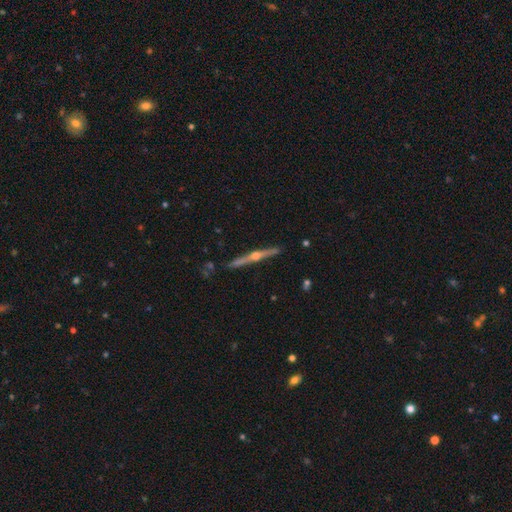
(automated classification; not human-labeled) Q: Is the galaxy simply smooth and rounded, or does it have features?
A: featured or disk — 84%.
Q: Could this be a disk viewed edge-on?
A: yes — 98%.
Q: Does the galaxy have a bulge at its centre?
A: rounded — 94%.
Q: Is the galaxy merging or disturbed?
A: none — 91%.